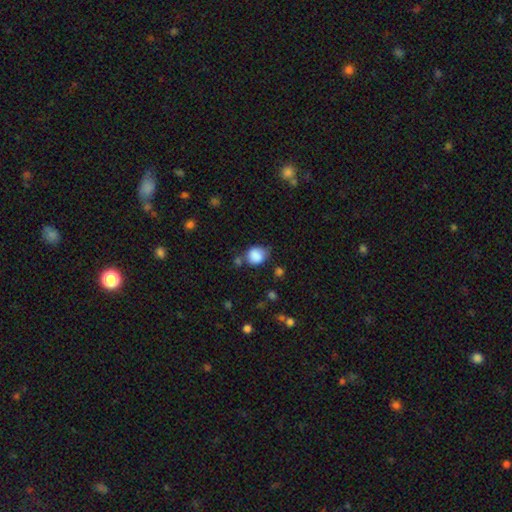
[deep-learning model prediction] Smooth or featured?
  - smooth: 84% *
  - star or artifact: 9%
  - featured or disk: 6%
How rounded?
  - round: 65% *
  - in between: 34%
  - cigar-shaped: 1%
Merging?
  - none: 52% *
  - minor disturbance: 30%
  - major disturbance: 9%
  - merger: 9%